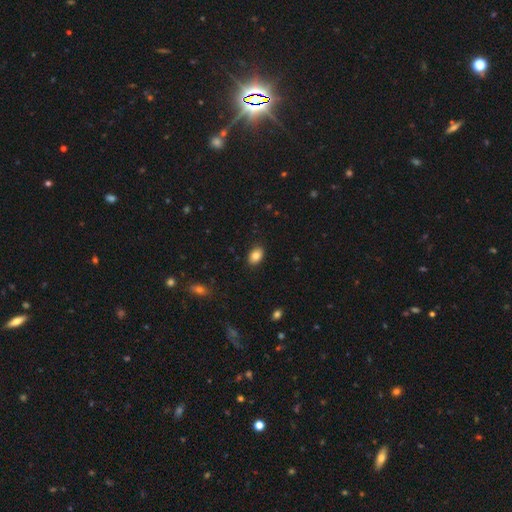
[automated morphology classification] Q: Smooth or featured?
A: smooth (84%); runner-up: star or artifact (8%)
Q: How rounded?
A: in between (83%); runner-up: round (16%)
Q: Merging?
A: none (88%); runner-up: minor disturbance (9%)